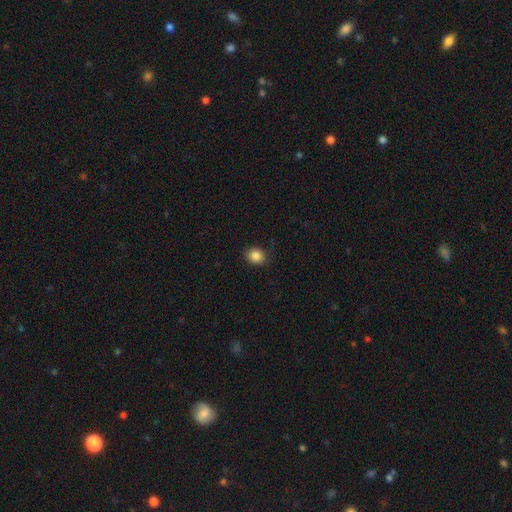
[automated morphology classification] Smooth or featured: smooth — 85% (star or artifact — 10%)
How rounded: round — 79% (in between — 20%)
Merging: none — 85% (minor disturbance — 11%)